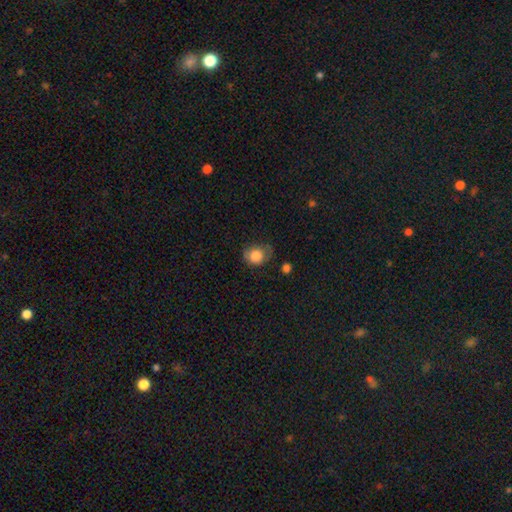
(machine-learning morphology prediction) Smooth or featured? Predicted: smooth (p=0.81). How rounded? Predicted: round (p=0.61). Merging? Predicted: none (p=0.49).